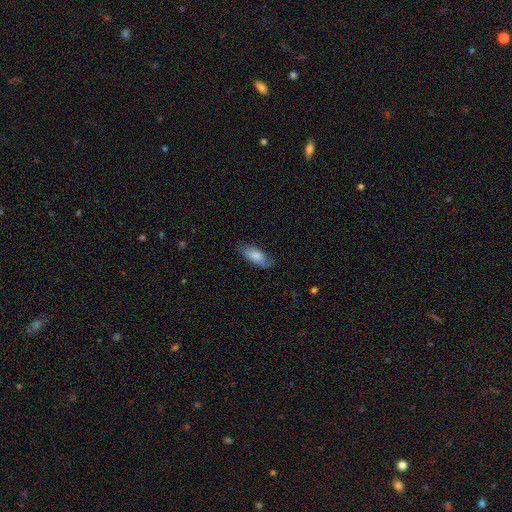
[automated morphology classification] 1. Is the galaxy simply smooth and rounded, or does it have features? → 80% smooth, 14% featured or disk, 6% star or artifact.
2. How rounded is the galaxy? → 81% in between, 17% cigar-shaped, 2% round.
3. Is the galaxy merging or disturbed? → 71% none, 22% minor disturbance, 5% major disturbance, 1% merger.